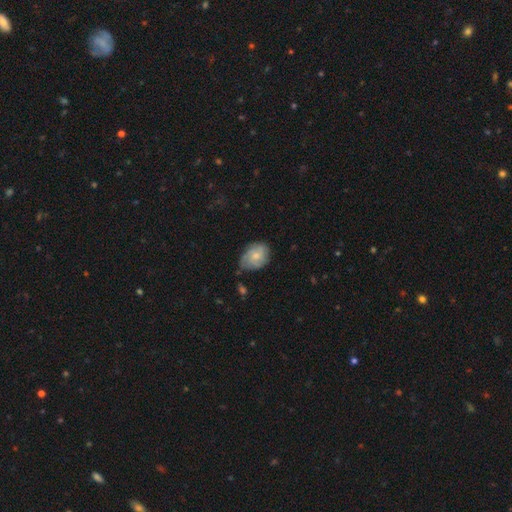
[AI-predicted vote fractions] Smooth or featured? smooth (55%)
How rounded? in between (72%)
Merging? none (53%)